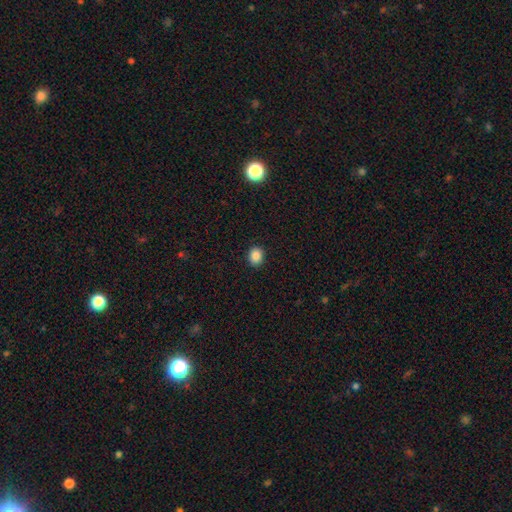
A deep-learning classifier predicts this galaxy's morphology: smooth 87%, star or artifact 10%, featured or disk 3%. Down the decision tree: how rounded — round (65%); merging — none (91%).